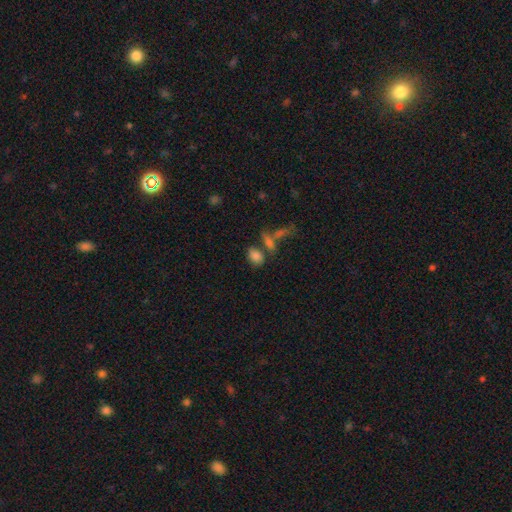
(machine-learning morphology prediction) The model was most divided on "merging": none: 53%, merger: 25%, minor disturbance: 14%, major disturbance: 7%. More confident: how rounded — in between (81%); smooth or featured — smooth (81%).